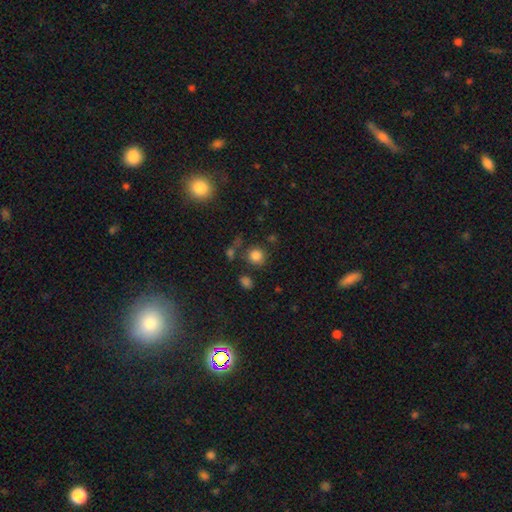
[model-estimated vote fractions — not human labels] smooth-or-featured: smooth: 82% | star or artifact: 12% | featured or disk: 5%
  how-rounded: round: 89% | in between: 10% | cigar-shaped: 1%
  merging: none: 77% | minor disturbance: 10% | merger: 8% | major disturbance: 5%